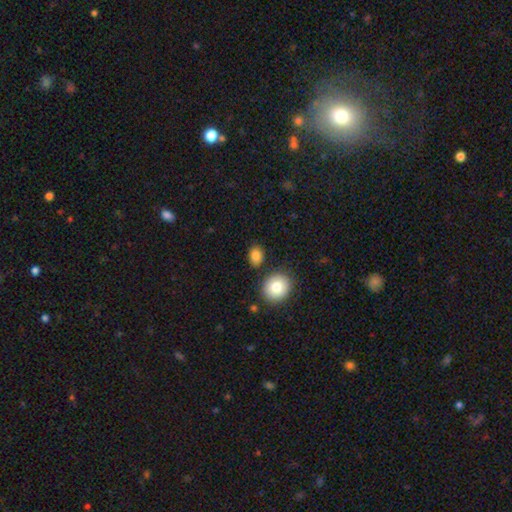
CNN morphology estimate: This is clearly a smooth galaxy (85%). How rounded: possibly in between (58%). Merging: clearly none (81%).